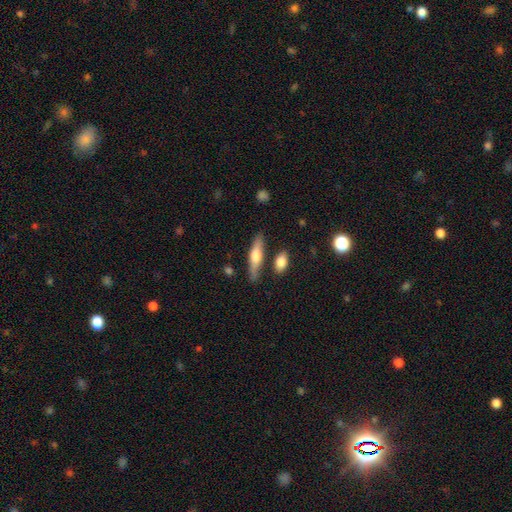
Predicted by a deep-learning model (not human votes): Morphology: type=smooth (51%); roundness=cigar-shaped (72%); merging=none (77%).